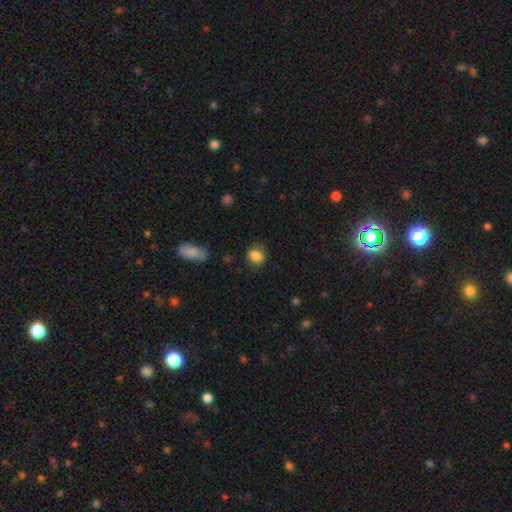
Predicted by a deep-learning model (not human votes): The model was most divided on "how rounded": round: 56%, in between: 43%, cigar-shaped: 1%. More confident: smooth or featured — smooth (85%); merging — none (77%).